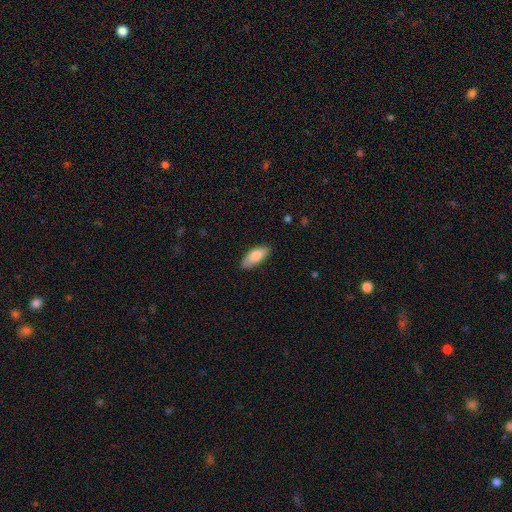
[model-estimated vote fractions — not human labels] This is clearly a smooth galaxy (84%). How rounded: likely in between (77%). Merging: clearly none (85%).